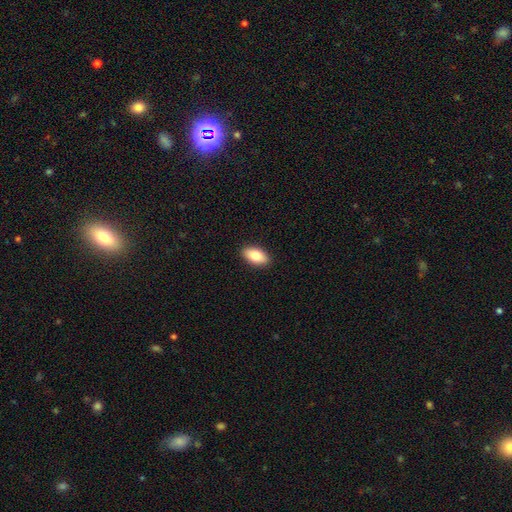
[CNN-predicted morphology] smooth-or-featured: smooth: 81% | featured or disk: 13% | star or artifact: 7%
  how-rounded: in between: 92% | cigar-shaped: 4% | round: 4%
  merging: none: 90% | minor disturbance: 7% | major disturbance: 2% | merger: 1%